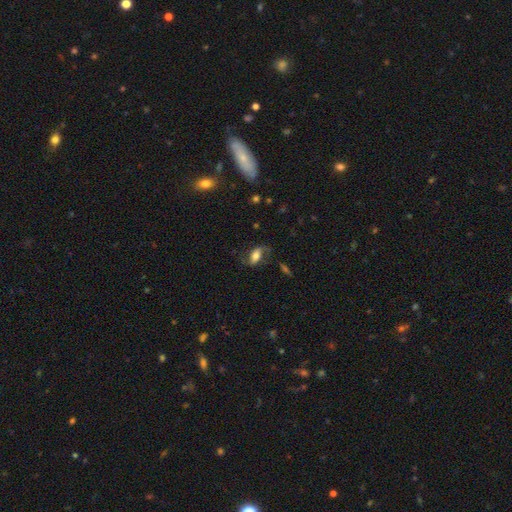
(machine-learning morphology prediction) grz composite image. It shows a featured or disk galaxy (54%). Merging: none (63%).